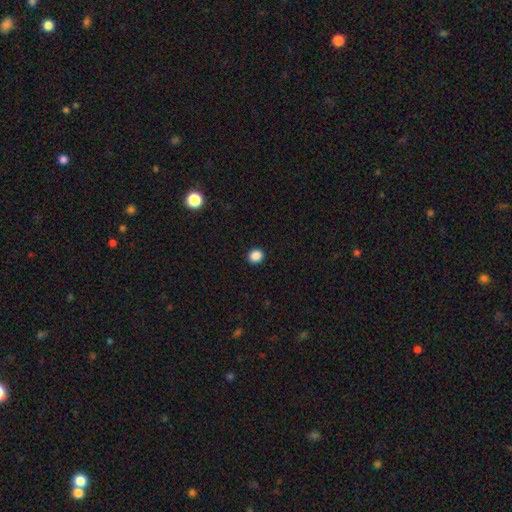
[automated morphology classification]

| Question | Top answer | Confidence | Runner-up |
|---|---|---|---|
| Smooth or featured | smooth | 87% | star or artifact (10%) |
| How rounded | round | 76% | in between (23%) |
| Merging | none | 92% | minor disturbance (5%) |